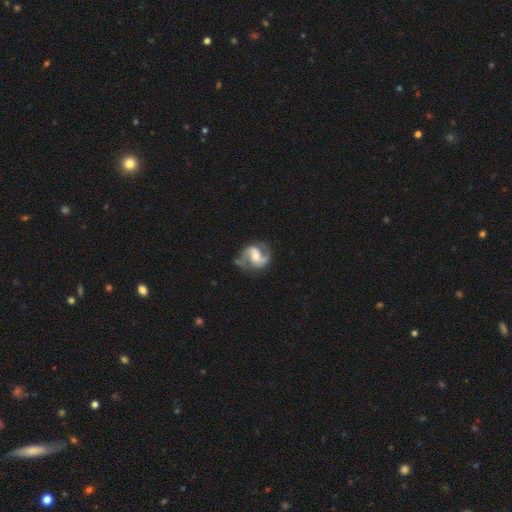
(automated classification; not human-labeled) The model was most divided on "bar": weak: 46%, no: 32%, strong: 22%. More confident: edge-on disk — no (98%); spiral arms — yes (97%); spiral arm count — 2 (92%); smooth or featured — featured or disk (87%); merging — none (71%); spiral winding — medium (56%); bulge size — moderate (54%).